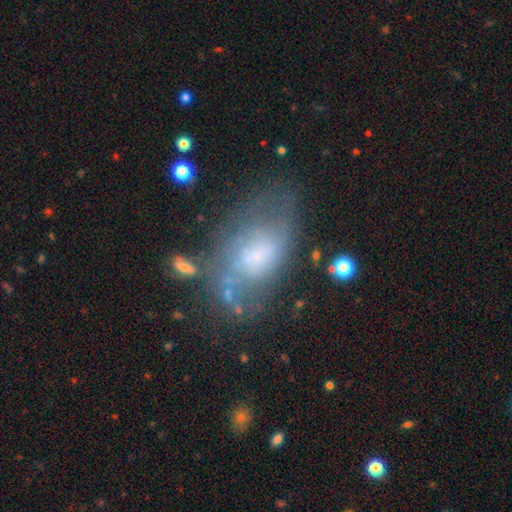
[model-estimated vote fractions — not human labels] Overall: featured or disk (49%; smooth 40%). Merging: none (45%; minor disturbance 26%).